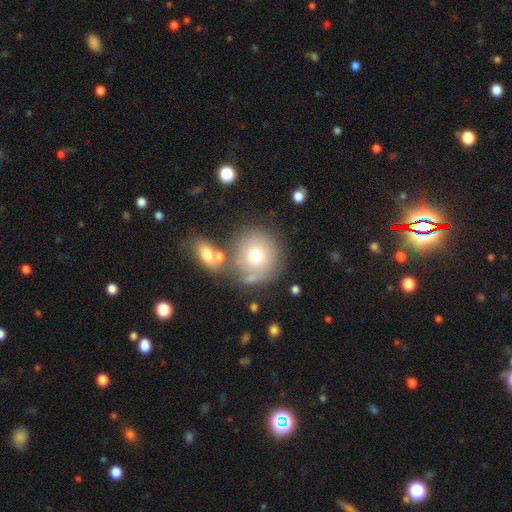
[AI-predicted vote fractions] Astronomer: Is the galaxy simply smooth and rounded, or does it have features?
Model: smooth — 71%.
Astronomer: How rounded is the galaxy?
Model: round — 90%.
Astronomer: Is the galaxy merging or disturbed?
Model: none — 65%.